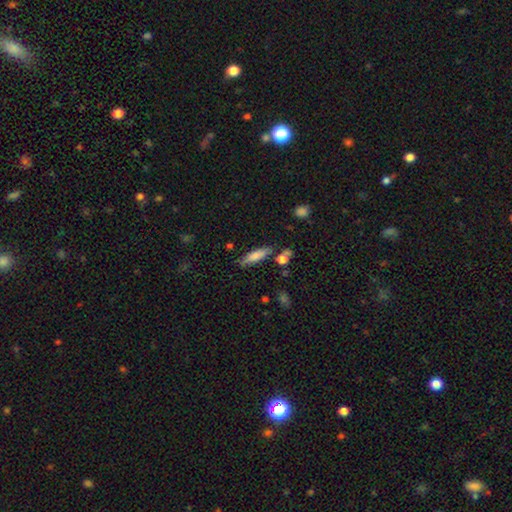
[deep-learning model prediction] smooth_or_featured: smooth (p=0.72) [alt: featured or disk p=0.21]
how_rounded: cigar-shaped (p=0.70) [alt: in between p=0.28]
merging: none (p=0.74) [alt: minor disturbance p=0.15]